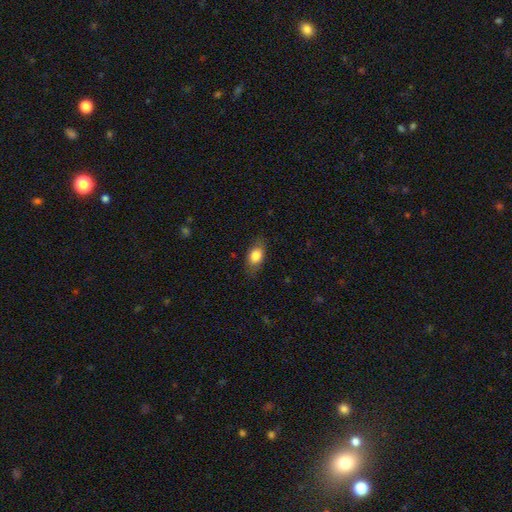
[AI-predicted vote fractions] A smooth galaxy with no disk features (81%) that is in between round and cigar-shaped (84%).

Vote fractions:
- Smooth or featured? smooth: 81% / featured or disk: 12% / star or artifact: 7%
- How rounded? in between: 84% / round: 11% / cigar-shaped: 4%
- Merging? none: 79% / minor disturbance: 16% / major disturbance: 4% / merger: 1%